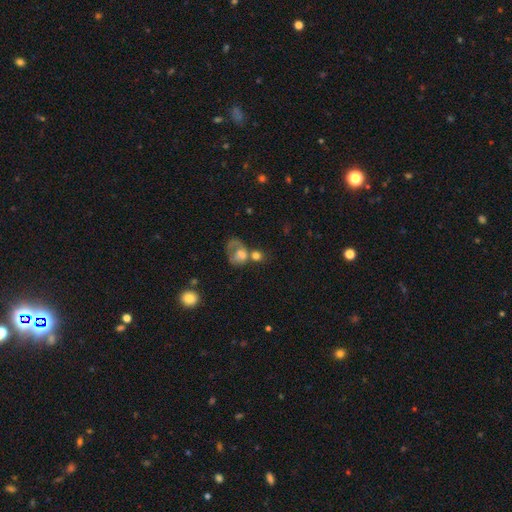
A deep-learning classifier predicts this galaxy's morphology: A smooth galaxy with no disk features (66%) that is round (60%). Merging: merger (43%).